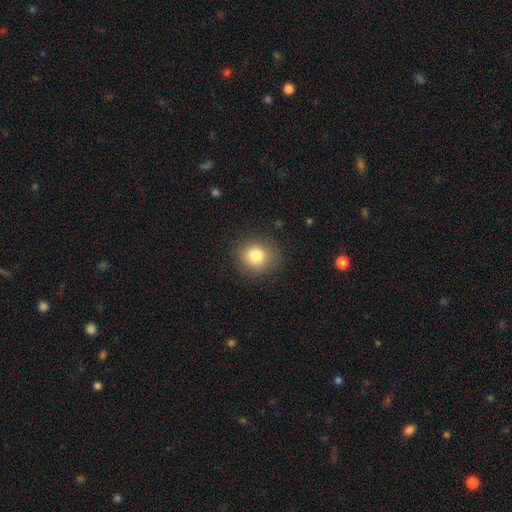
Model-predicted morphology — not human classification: Smooth or featured?
  - smooth: 81% *
  - star or artifact: 11%
  - featured or disk: 8%
How rounded?
  - round: 82% *
  - in between: 17%
  - cigar-shaped: 1%
Merging?
  - none: 88% *
  - minor disturbance: 8%
  - major disturbance: 3%
  - merger: 1%